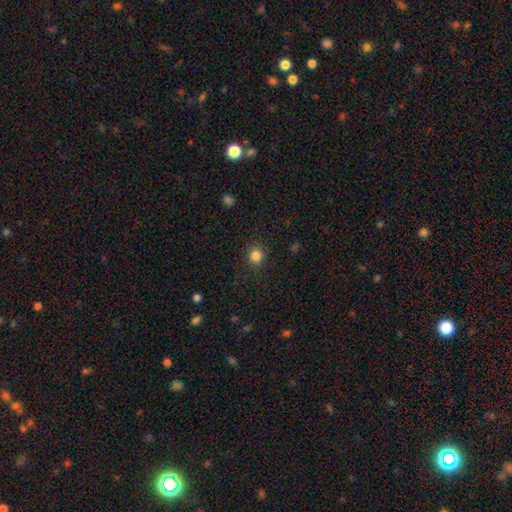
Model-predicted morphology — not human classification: Overall: smooth (84%). How rounded: round (85%). Merging: none (88%).